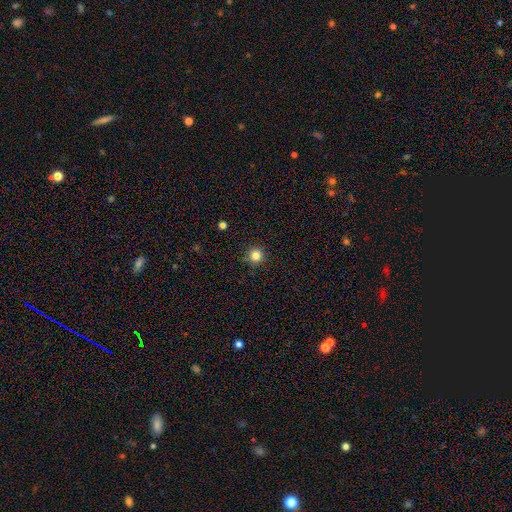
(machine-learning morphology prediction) The model was most divided on "smooth or featured": smooth: 83%, star or artifact: 12%, featured or disk: 5%. More confident: how rounded — round (96%); merging — none (91%).